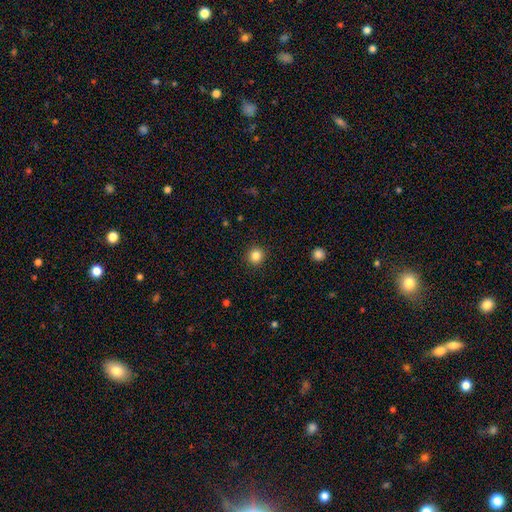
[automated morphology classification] smooth 85%, star or artifact 11%, featured or disk 4%. Down the decision tree: how rounded — round (92%); merging — none (92%).